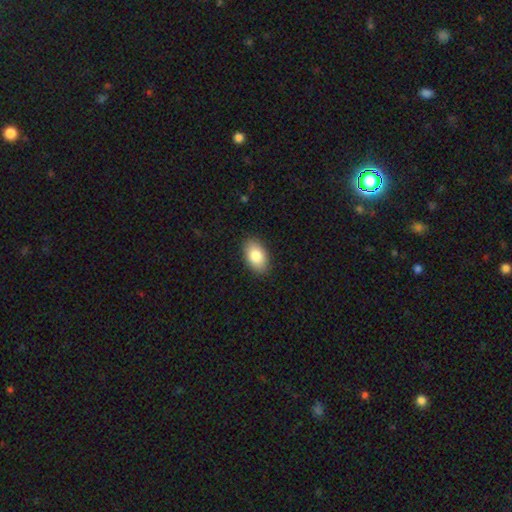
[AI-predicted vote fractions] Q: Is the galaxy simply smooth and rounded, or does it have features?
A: smooth — 84%.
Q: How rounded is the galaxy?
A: in between — 92%.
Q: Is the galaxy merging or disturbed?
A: none — 89%.